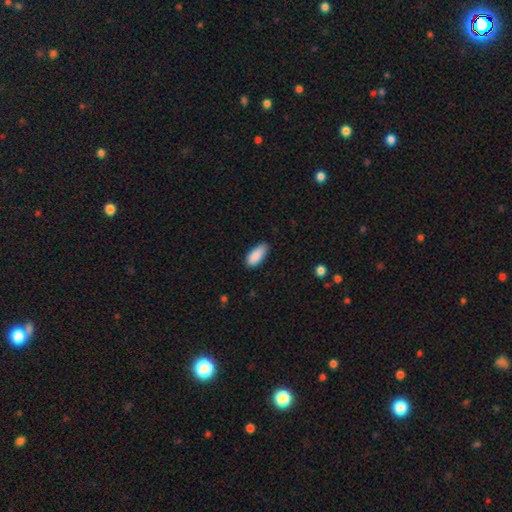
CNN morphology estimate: Overall: smooth (89%). How rounded: in between (87%). Merging: none (77%).